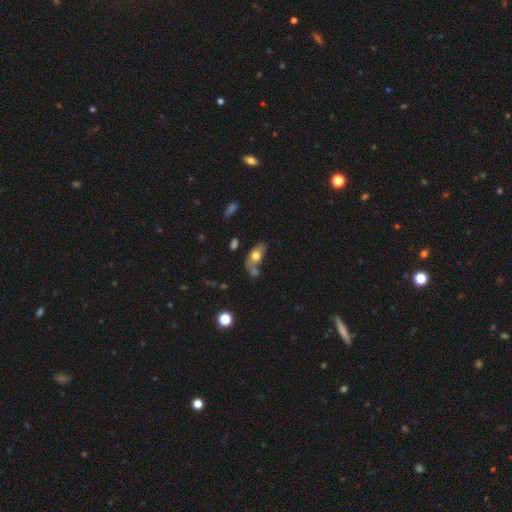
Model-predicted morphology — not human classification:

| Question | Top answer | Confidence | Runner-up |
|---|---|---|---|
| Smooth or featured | smooth | 65% | featured or disk (27%) |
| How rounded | in between | 84% | round (10%) |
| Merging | merger | 34% | none (33%) |